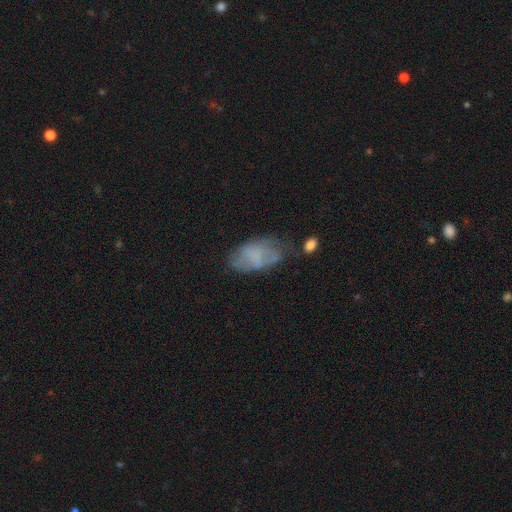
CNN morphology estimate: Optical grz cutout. It shows a smooth galaxy with no disk features (51%) that is in between round and cigar-shaped (93%). Merging: none (47%).